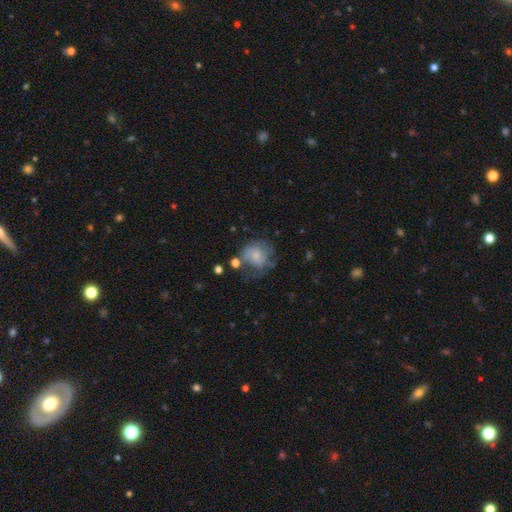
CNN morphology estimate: Smooth or featured: smooth — 59% (featured or disk — 33%)
How rounded: round — 70% (in between — 29%)
Merging: none — 36% (major disturbance — 29%)